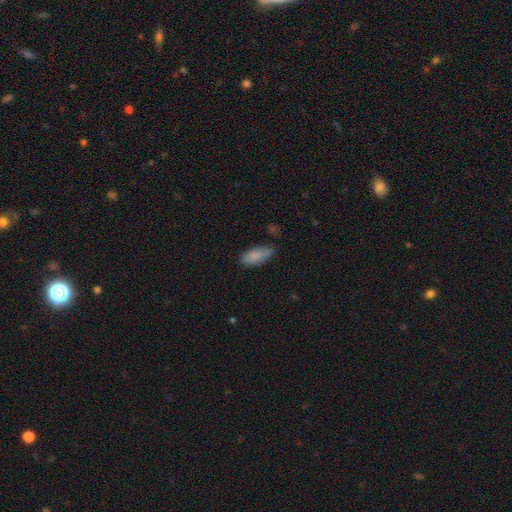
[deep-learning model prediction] A smooth galaxy with no disk features (87%) that is in between round and cigar-shaped (82%).

Vote fractions:
- Smooth or featured? smooth: 87% / star or artifact: 7% / featured or disk: 6%
- How rounded? in between: 82% / cigar-shaped: 16% / round: 2%
- Merging? none: 70% / minor disturbance: 24% / major disturbance: 4% / merger: 2%